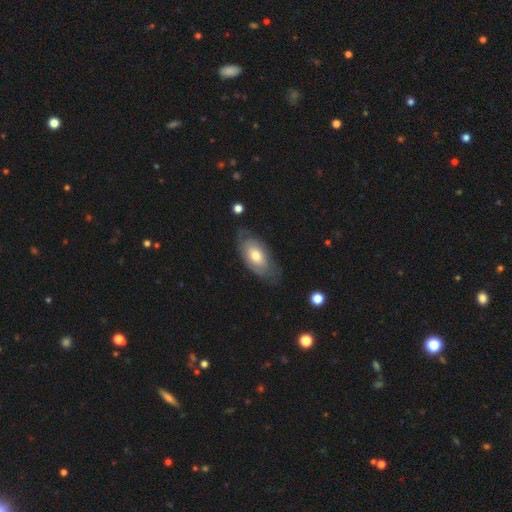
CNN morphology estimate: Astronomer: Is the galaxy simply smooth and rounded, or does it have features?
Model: smooth — 57% (runner-up: featured or disk, 38%).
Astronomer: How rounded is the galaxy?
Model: in between — 92%.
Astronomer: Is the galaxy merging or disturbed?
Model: none — 67%.